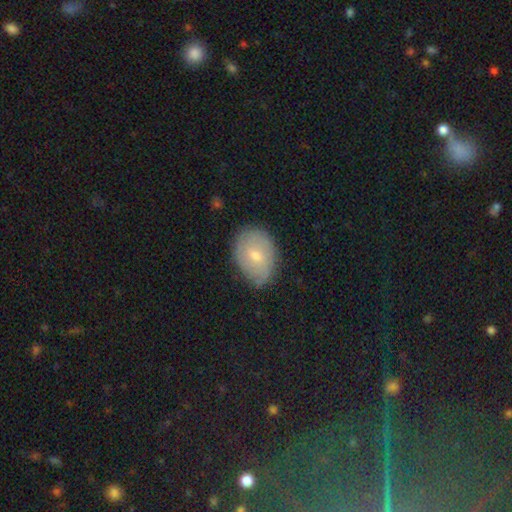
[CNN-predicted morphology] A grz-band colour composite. It shows a smooth galaxy with no disk features (53%) that is in between round and cigar-shaped (71%). Merging: none (72%).